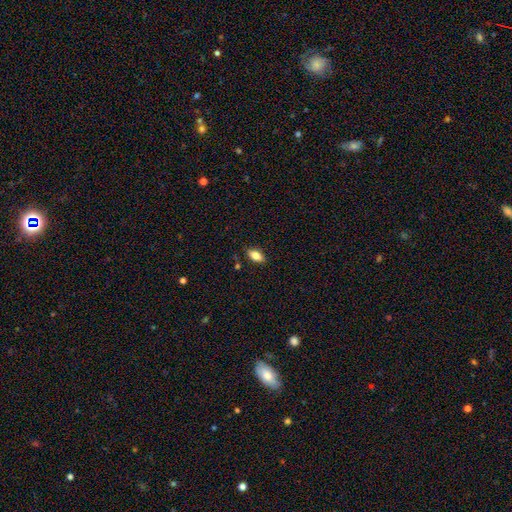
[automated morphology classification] smooth_or_featured: smooth (p=0.81) [alt: featured or disk p=0.11]
how_rounded: in between (p=0.89) [alt: cigar-shaped p=0.07]
merging: none (p=0.85) [alt: minor disturbance p=0.11]